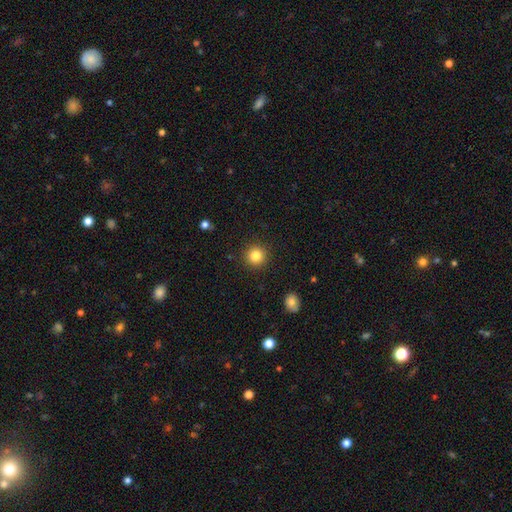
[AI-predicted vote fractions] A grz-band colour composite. It shows a smooth galaxy with no disk features (83%) that is round (94%). Merging: none (92%).